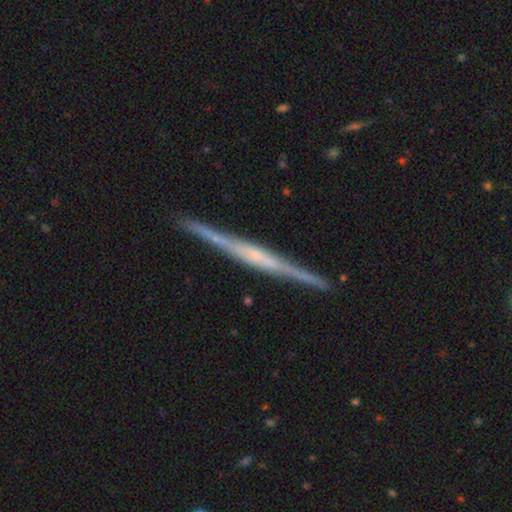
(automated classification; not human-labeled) Morphology: type=featured or disk (80%); edge-on=yes (98%); edge-on bulge=none (38%, tied with rounded); merging=none (91%).